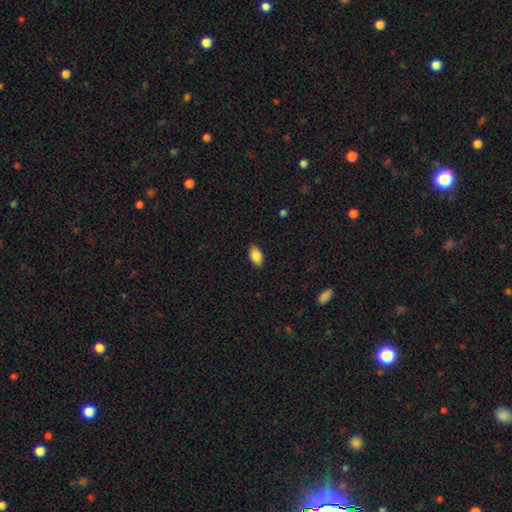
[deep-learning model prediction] smooth_or_featured: smooth (p=0.87) [alt: star or artifact p=0.07]
how_rounded: in between (p=0.93) [alt: round p=0.05]
merging: none (p=0.87) [alt: minor disturbance p=0.10]